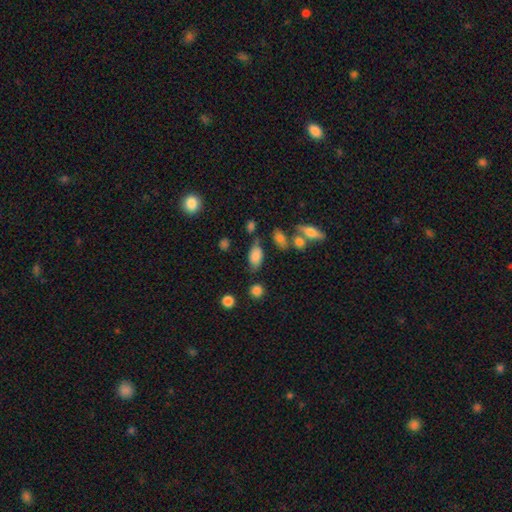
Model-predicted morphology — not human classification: Smooth or featured? Predicted: smooth (p=0.77). How rounded? Predicted: in between (p=0.89). Merging? Predicted: none (p=0.58).